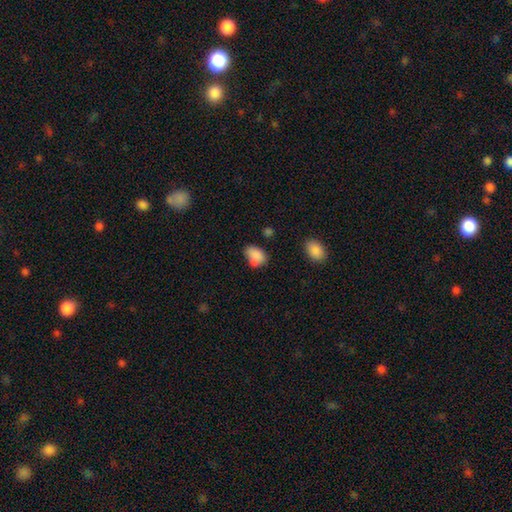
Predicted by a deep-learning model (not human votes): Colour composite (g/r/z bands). It shows a smooth galaxy with no disk features (82%) that is in between round and cigar-shaped (74%). Merging: none (48%).